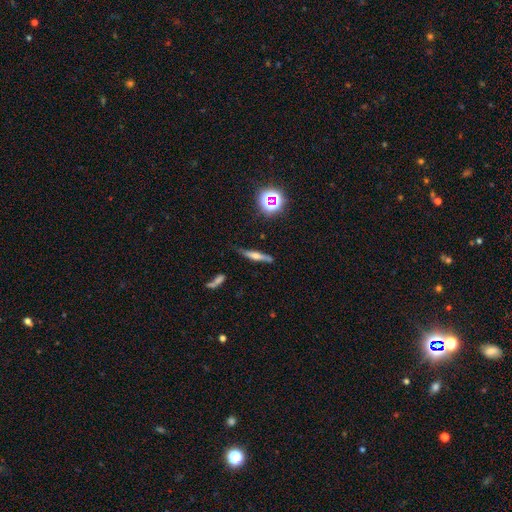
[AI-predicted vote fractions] Smooth or featured? featured or disk (48%)
Merging? none (76%)